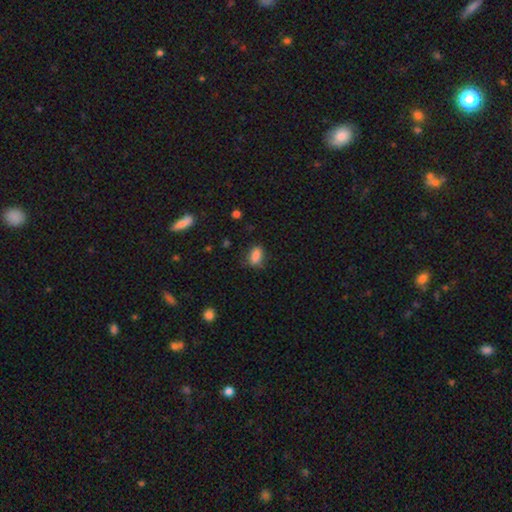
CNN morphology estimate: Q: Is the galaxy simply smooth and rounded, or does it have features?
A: smooth — 84%.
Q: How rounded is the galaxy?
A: in between — 84%.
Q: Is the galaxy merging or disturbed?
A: none — 69%.